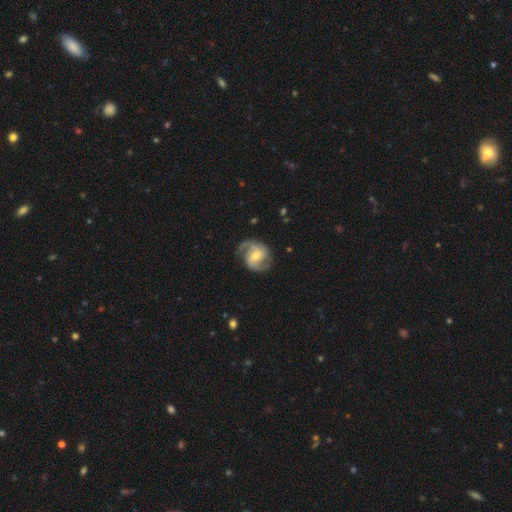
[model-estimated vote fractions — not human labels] Overall: featured or disk (87%). Edge-on disk: no (98%). Bar: weak (43%; no 41%). Spiral arms: yes (97%). Spiral arm count: 2 (90%). Spiral winding: medium (53%; tight 26%). Bulge size: moderate (56%; small 38%). Merging: none (78%).